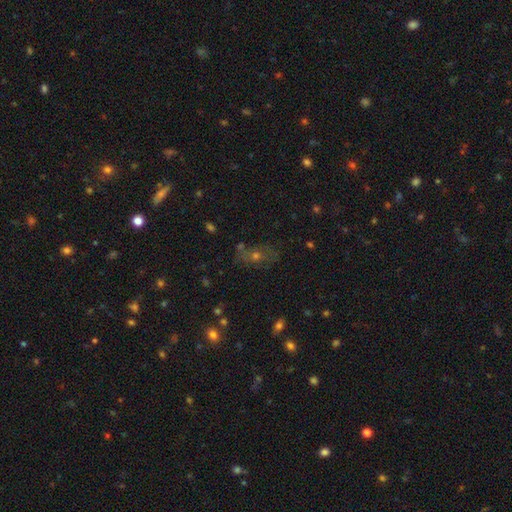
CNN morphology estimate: This is marginally a smooth galaxy (42%). Merging: likely none (67%).